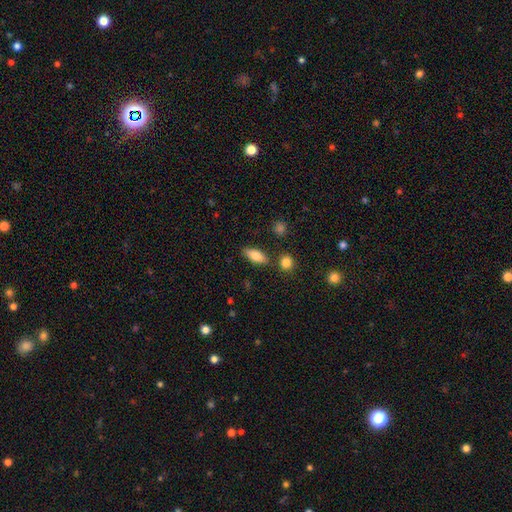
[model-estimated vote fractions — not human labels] smooth 77%, featured or disk 15%, star or artifact 7%. Down the decision tree: how rounded — in between (77%); merging — none (81%).